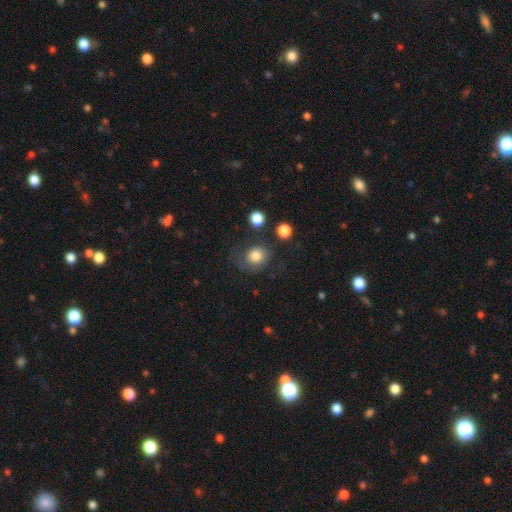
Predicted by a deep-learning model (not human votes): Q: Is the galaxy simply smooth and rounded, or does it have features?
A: smooth — 78%.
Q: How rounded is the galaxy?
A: round — 66%.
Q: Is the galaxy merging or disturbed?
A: none — 57%.